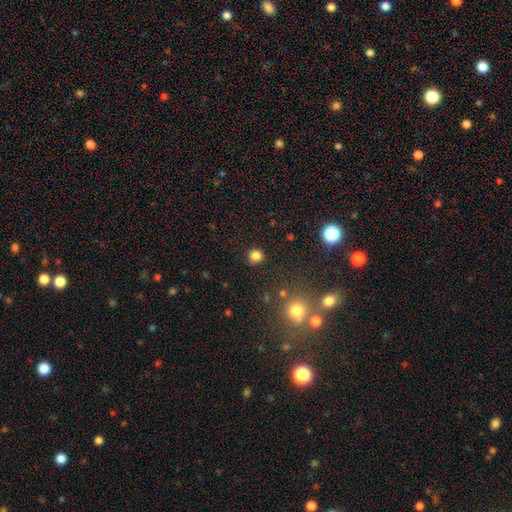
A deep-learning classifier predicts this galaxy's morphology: Overall: smooth (82%). How rounded: round (91%). Merging: none (89%).